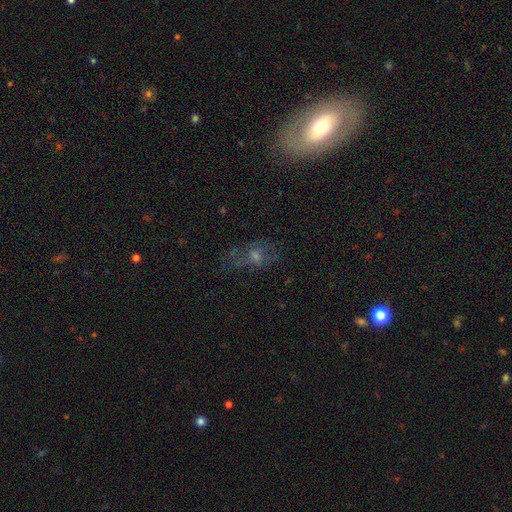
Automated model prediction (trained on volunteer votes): Smooth or featured? featured or disk (40%)
Merging? none (50%)